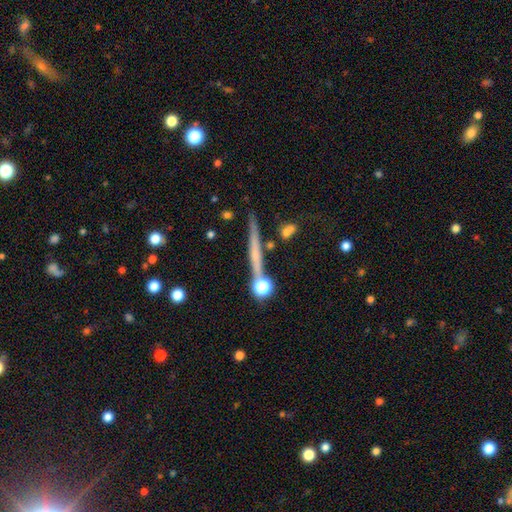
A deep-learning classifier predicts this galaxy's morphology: Smooth or featured? featured or disk (53%)
Edge-on disk? yes (95%)
Merging? none (78%)